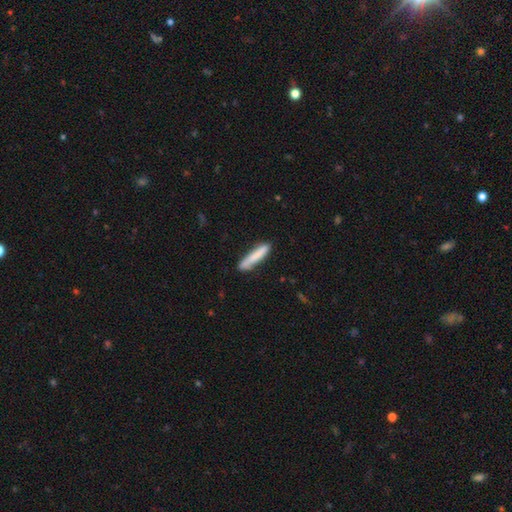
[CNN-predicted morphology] smooth_or_featured: smooth (p=0.79) [alt: featured or disk p=0.15]
how_rounded: cigar-shaped (p=0.92) [alt: in between p=0.07]
merging: none (p=0.80) [alt: minor disturbance p=0.15]